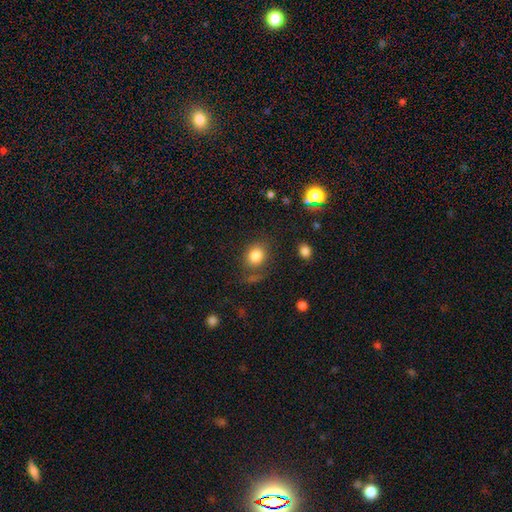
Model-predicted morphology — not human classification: The model was most divided on "how rounded": round: 61%, in between: 38%, cigar-shaped: 1%. More confident: smooth or featured — smooth (82%); merging — none (72%).